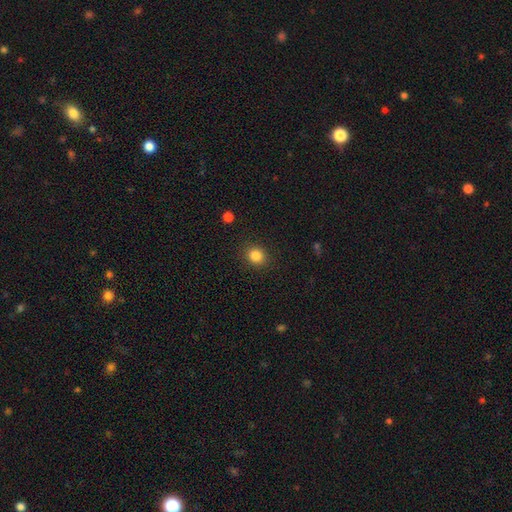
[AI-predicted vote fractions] Overall: smooth (84%). How rounded: round (80%). Merging: none (89%).